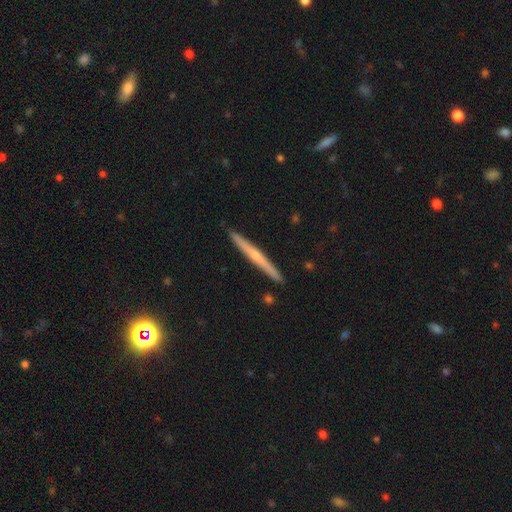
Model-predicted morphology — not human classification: Smooth or featured? Predicted: featured or disk (p=0.59). Edge-on disk? Predicted: yes (p=0.98). Edge-on bulge? Predicted: rounded (p=0.49). Merging? Predicted: none (p=0.91).